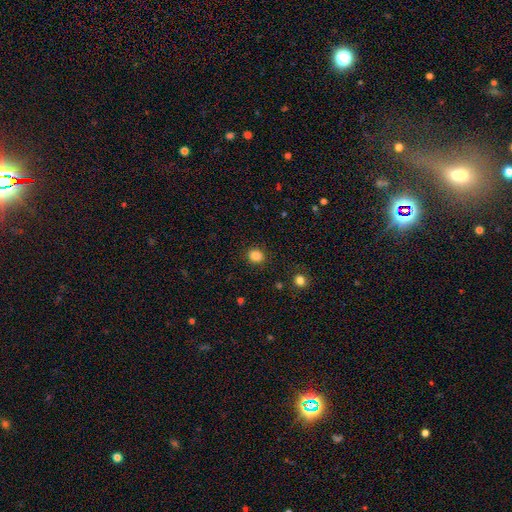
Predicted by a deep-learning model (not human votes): This is clearly a smooth galaxy (85%). How rounded: likely round (77%). Merging: clearly none (90%).